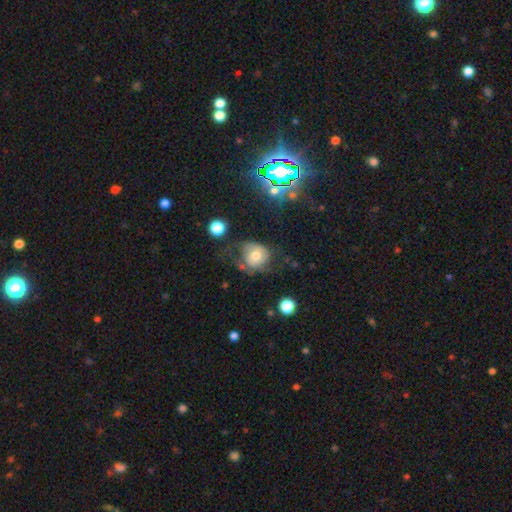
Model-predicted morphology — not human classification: smooth_or_featured: smooth (p=0.53) [alt: featured or disk p=0.36]
how_rounded: round (p=0.75) [alt: in between p=0.24]
merging: none (p=0.42) [alt: major disturbance p=0.27]